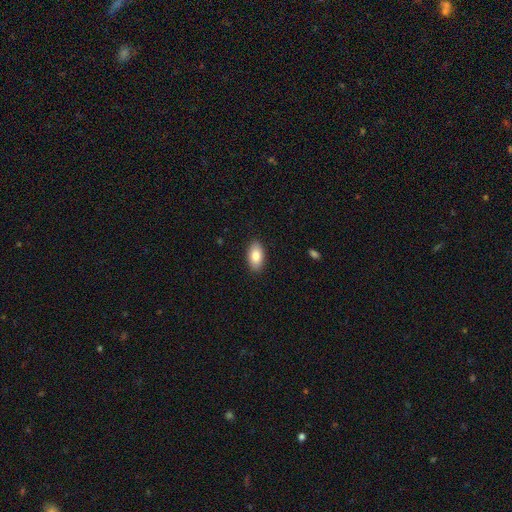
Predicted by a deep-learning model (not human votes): Q: Smooth or featured?
A: smooth (84%); runner-up: featured or disk (9%)
Q: How rounded?
A: in between (94%); runner-up: round (3%)
Q: Merging?
A: none (89%); runner-up: minor disturbance (8%)